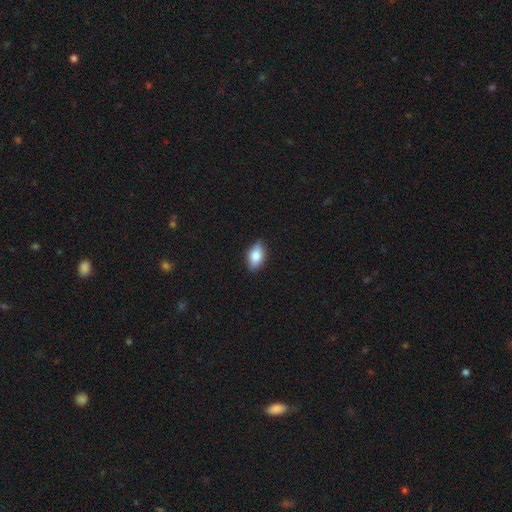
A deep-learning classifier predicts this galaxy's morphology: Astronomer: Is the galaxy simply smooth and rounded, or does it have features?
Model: smooth — 73%.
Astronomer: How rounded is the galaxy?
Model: in between — 87%.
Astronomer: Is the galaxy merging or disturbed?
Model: none — 84%.